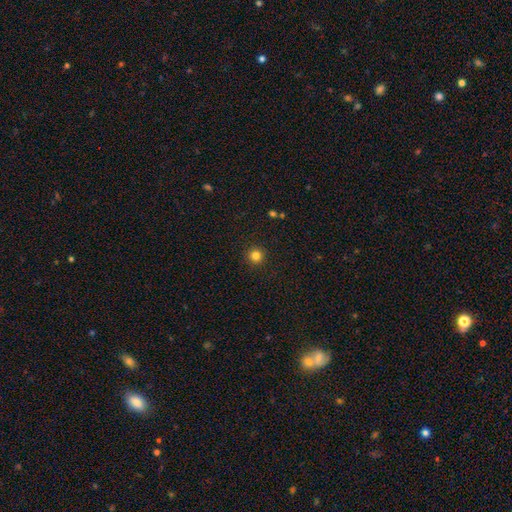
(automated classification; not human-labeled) smooth 82%, star or artifact 13%, featured or disk 5%. Down the decision tree: how rounded — round (96%); merging — none (93%).